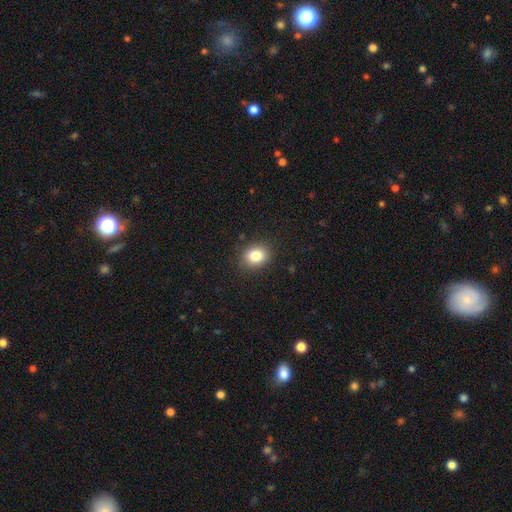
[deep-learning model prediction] Smooth or featured? smooth (83%)
How rounded? round (54%)
Merging? none (88%)